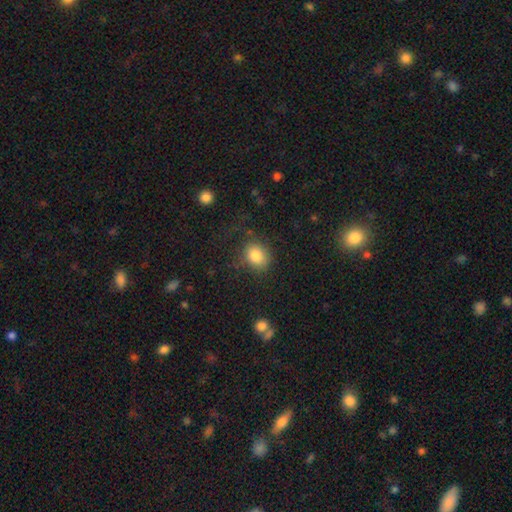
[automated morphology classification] Smooth or featured? Predicted: smooth (p=0.83). How rounded? Predicted: round (p=0.64). Merging? Predicted: none (p=0.73).